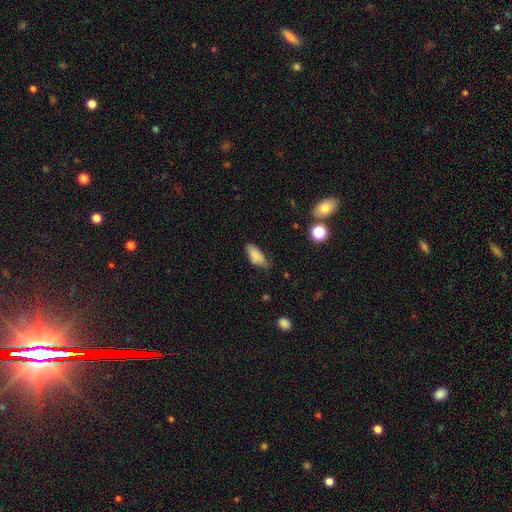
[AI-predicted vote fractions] A smooth galaxy with no disk features (84%) that is in between round and cigar-shaped (81%). Merging: none (59%).